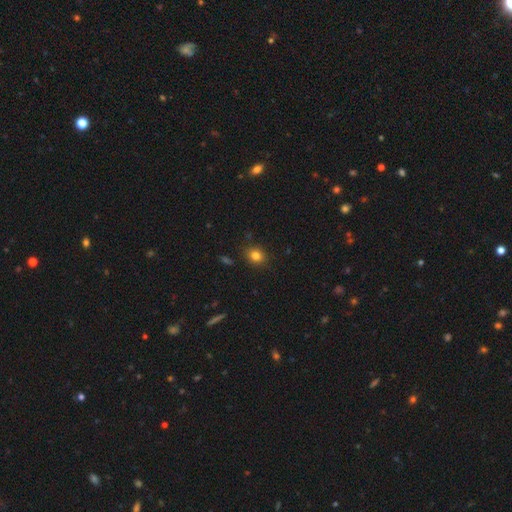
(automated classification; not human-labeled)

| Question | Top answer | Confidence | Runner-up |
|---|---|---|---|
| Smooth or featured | smooth | 81% | star or artifact (13%) |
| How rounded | round | 70% | in between (29%) |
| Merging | none | 87% | minor disturbance (9%) |